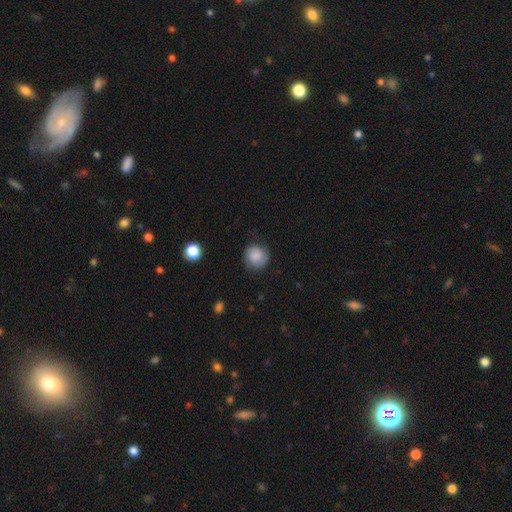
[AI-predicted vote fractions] Morphology: type=smooth (79%); roundness=round (86%); merging=none (78%).